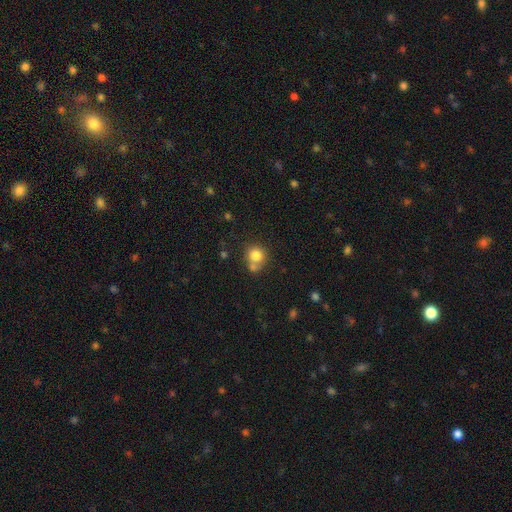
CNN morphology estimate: Smooth or featured?
  - smooth: 80% *
  - star or artifact: 11%
  - featured or disk: 9%
How rounded?
  - round: 85% *
  - in between: 15%
  - cigar-shaped: 1%
Merging?
  - none: 53% *
  - merger: 30%
  - minor disturbance: 12%
  - major disturbance: 5%